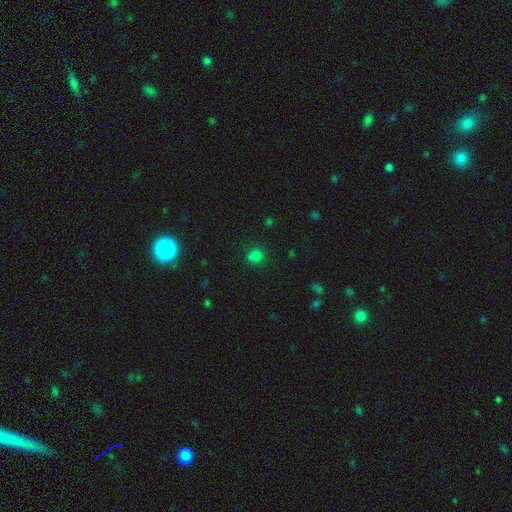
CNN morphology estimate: type=smooth (73%); roundness=round (81%); merging=none (61%).